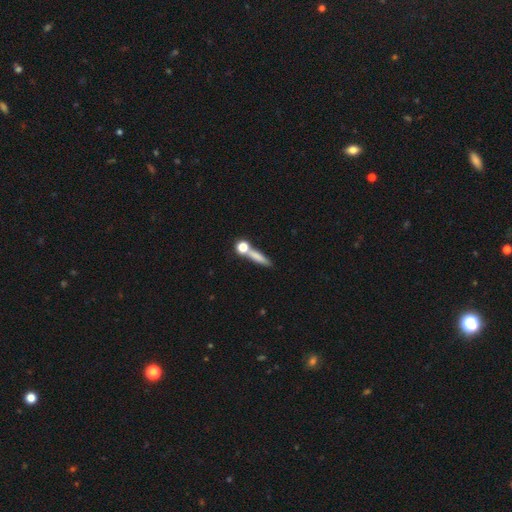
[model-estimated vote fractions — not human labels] Smooth or featured: smooth — 70% (featured or disk — 18%)
How rounded: cigar-shaped — 62% (in between — 20%)
Merging: none — 59% (merger — 21%)